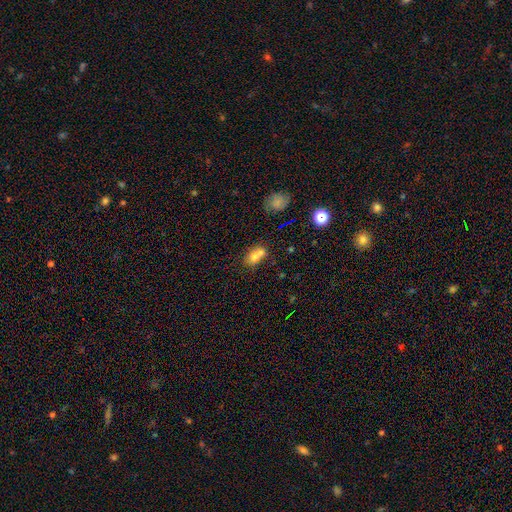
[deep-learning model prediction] The model was most divided on "merging": merger: 56%, none: 29%, minor disturbance: 10%, major disturbance: 5%. More confident: smooth or featured — smooth (73%); how rounded — in between (64%).